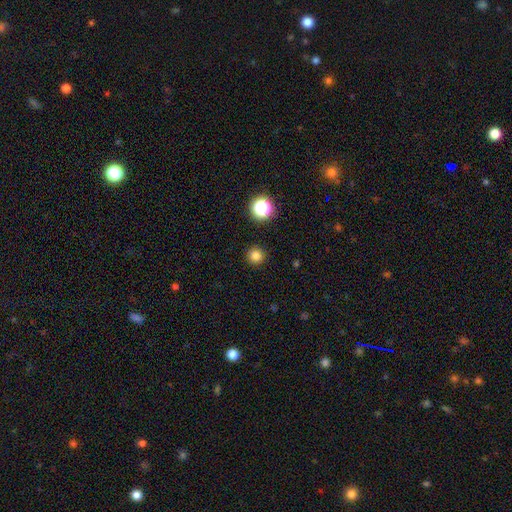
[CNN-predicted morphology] Smooth or featured: smooth — 80% (star or artifact — 15%)
How rounded: round — 96% (in between — 3%)
Merging: none — 92% (minor disturbance — 5%)